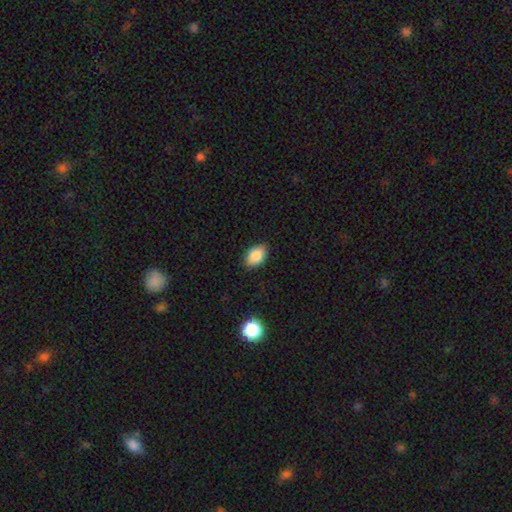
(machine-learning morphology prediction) smooth-or-featured: smooth: 86% | star or artifact: 8% | featured or disk: 6%
  how-rounded: in between: 90% | round: 9% | cigar-shaped: 1%
  merging: none: 86% | minor disturbance: 11% | major disturbance: 2% | merger: 1%